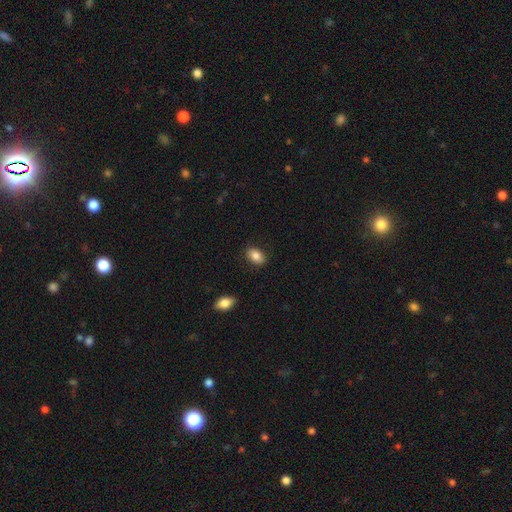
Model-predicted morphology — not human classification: This appears to be a smooth galaxy with no disk features (85%) that is in between round and cigar-shaped (86%). Merging: none (87%).